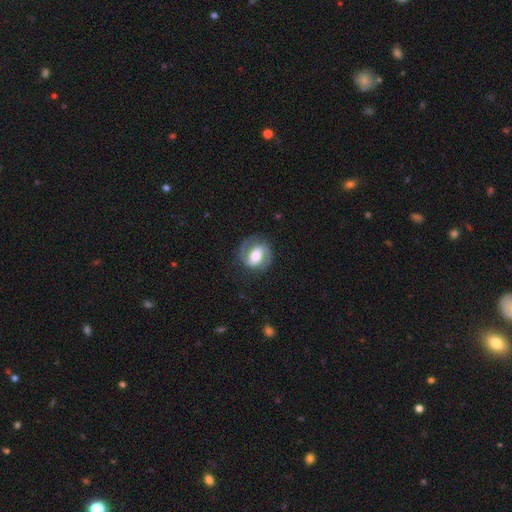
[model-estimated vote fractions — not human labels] Q: Smooth or featured?
A: featured or disk (81%); runner-up: smooth (14%)
Q: Edge-on disk?
A: no (98%); runner-up: yes (2%)
Q: Bar?
A: strong (39%); runner-up: weak (38%)
Q: Spiral arms?
A: yes (93%); runner-up: no (7%)
Q: Spiral winding?
A: medium (52%); runner-up: tight (32%)
Q: Spiral arm count?
A: 2 (91%); runner-up: can't tell (3%)
Q: Bulge size?
A: moderate (56%); runner-up: large (25%)
Q: Merging?
A: none (80%); runner-up: minor disturbance (13%)